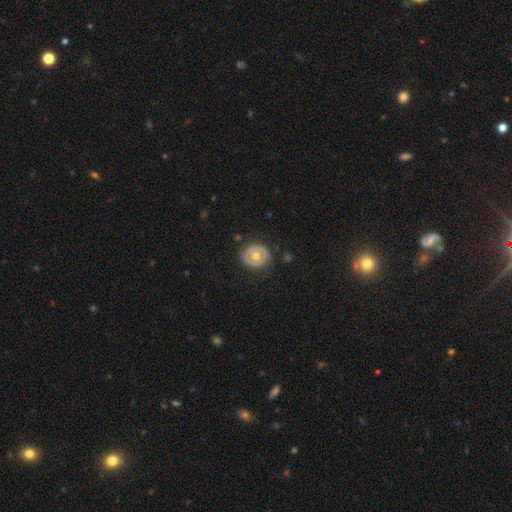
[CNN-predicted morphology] Smooth or featured: smooth — 55% (featured or disk — 39%)
How rounded: round — 82% (in between — 17%)
Merging: none — 79% (minor disturbance — 15%)